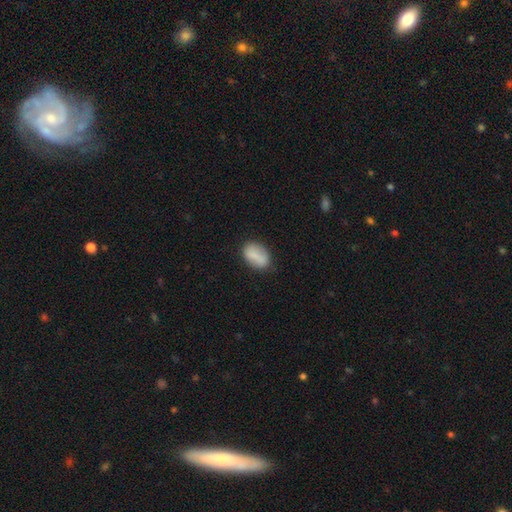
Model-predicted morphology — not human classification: Smooth or featured?
  - smooth: 81% *
  - featured or disk: 12%
  - star or artifact: 7%
How rounded?
  - in between: 86% *
  - round: 12%
  - cigar-shaped: 2%
Merging?
  - none: 76% *
  - minor disturbance: 17%
  - major disturbance: 4%
  - merger: 3%